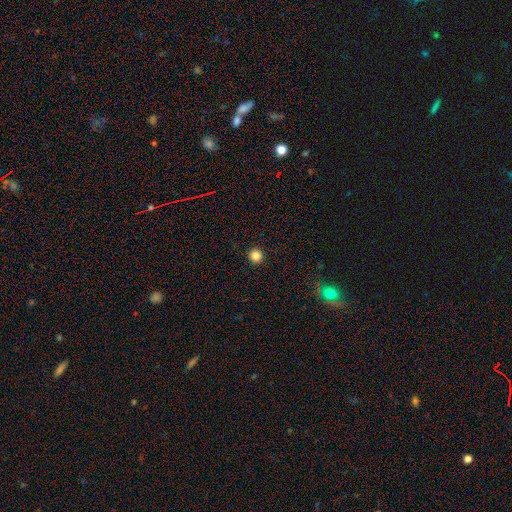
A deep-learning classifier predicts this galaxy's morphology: Q: Smooth or featured?
A: smooth (85%); runner-up: star or artifact (12%)
Q: How rounded?
A: round (96%); runner-up: in between (3%)
Q: Merging?
A: none (94%); runner-up: minor disturbance (4%)